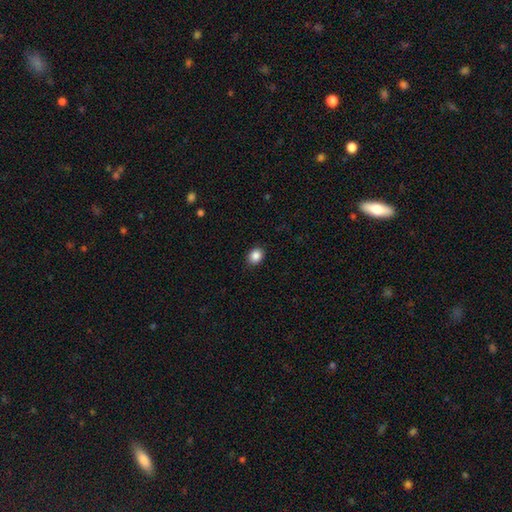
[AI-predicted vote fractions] Smooth or featured?
  - smooth: 87% *
  - star or artifact: 9%
  - featured or disk: 4%
How rounded?
  - round: 57% *
  - in between: 42%
  - cigar-shaped: 1%
Merging?
  - none: 89% *
  - minor disturbance: 8%
  - major disturbance: 2%
  - merger: 1%